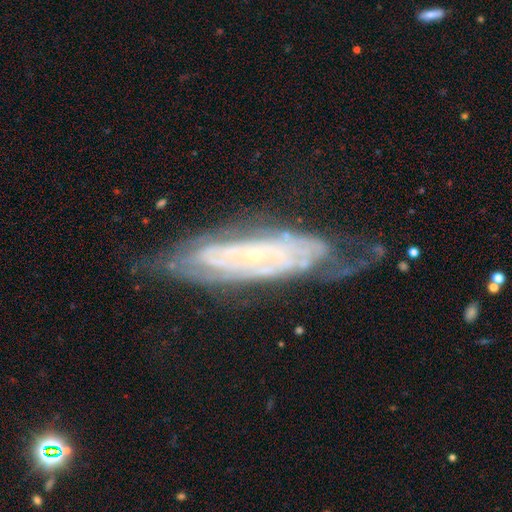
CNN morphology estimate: Smooth or featured?
  - featured or disk: 83% *
  - smooth: 10%
  - star or artifact: 7%
Edge-on disk?
  - no: 80% *
  - yes: 20%
Bar?
  - no: 60% *
  - weak: 26%
  - strong: 14%
Spiral arms?
  - yes: 91% *
  - no: 9%
Spiral winding?
  - tight: 73% *
  - medium: 21%
  - loose: 6%
Spiral arm count?
  - can't tell: 50% *
  - 2: 23%
  - 3: 10%
  - 4: 7%
  - more than 4: 6%
  - 1: 5%
Bulge size?
  - small: 84% *
  - moderate: 10%
  - none: 4%
  - large: 1%
  - dominant: 1%
Merging?
  - none: 63% *
  - minor disturbance: 24%
  - major disturbance: 11%
  - merger: 2%